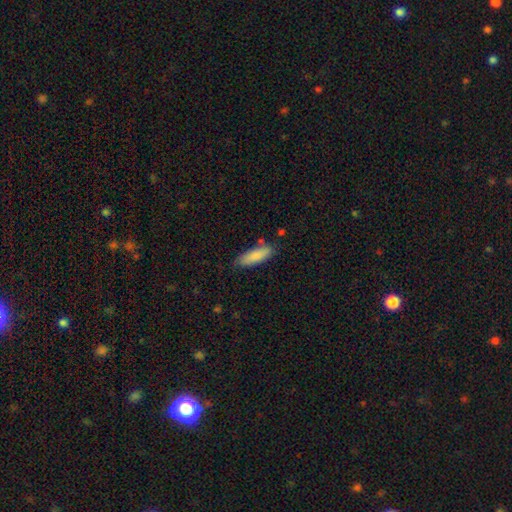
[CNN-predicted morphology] Smooth or featured?
  - smooth: 85% *
  - featured or disk: 9%
  - star or artifact: 6%
How rounded?
  - in between: 55% *
  - cigar-shaped: 43%
  - round: 2%
Merging?
  - none: 76% *
  - minor disturbance: 17%
  - merger: 4%
  - major disturbance: 3%